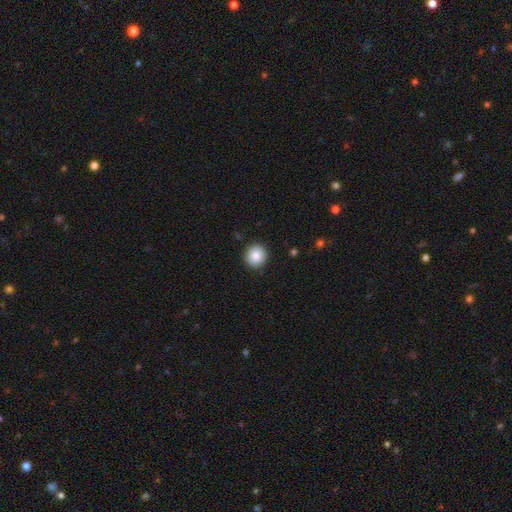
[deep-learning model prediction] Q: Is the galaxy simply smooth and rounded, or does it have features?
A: smooth — 85%.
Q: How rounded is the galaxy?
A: round — 92%.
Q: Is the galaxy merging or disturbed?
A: none — 90%.